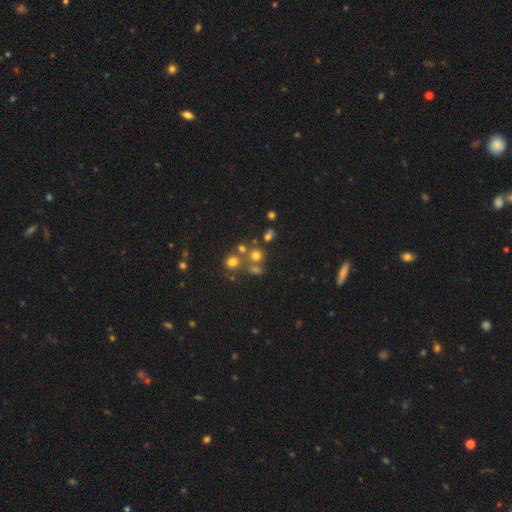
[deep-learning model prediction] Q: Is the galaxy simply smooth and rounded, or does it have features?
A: smooth — 61%.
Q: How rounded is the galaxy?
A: round — 83%.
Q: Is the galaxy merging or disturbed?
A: none — 57%.